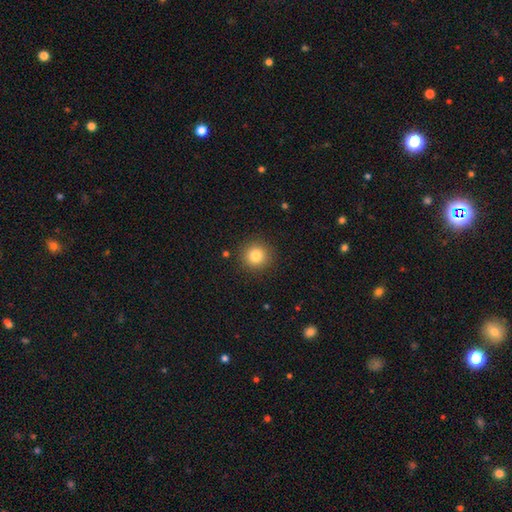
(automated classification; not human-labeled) This appears to be a smooth galaxy with no disk features (82%) that is round (94%). Merging: none (90%).